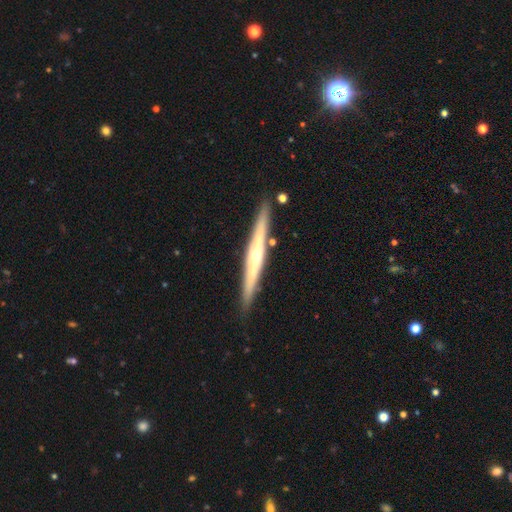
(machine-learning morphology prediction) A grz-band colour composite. It shows a featured or disk galaxy (70%) viewed edge-on (96%) with a rounded central bulge (79%). Merging: none (87%).